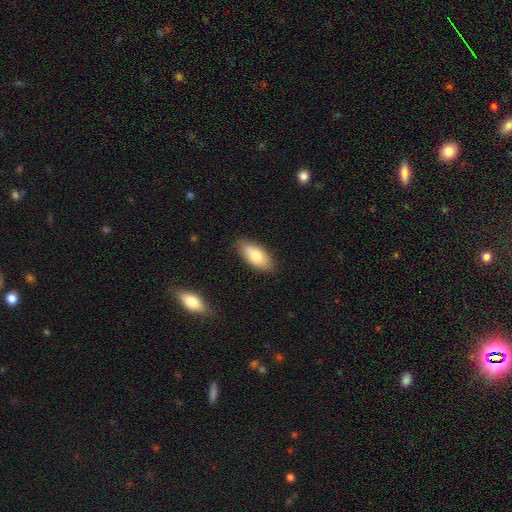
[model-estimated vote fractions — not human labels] Smooth or featured: smooth — 75% (featured or disk — 18%)
How rounded: in between — 88% (cigar-shaped — 10%)
Merging: none — 82% (minor disturbance — 13%)